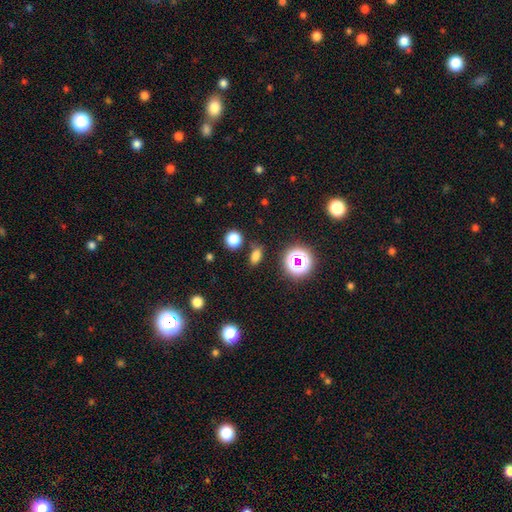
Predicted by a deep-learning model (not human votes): smooth-or-featured: smooth: 71% | star or artifact: 22% | featured or disk: 7%
  how-rounded: in between: 71% | round: 23% | cigar-shaped: 6%
  merging: none: 81% | minor disturbance: 10% | merger: 6% | major disturbance: 4%